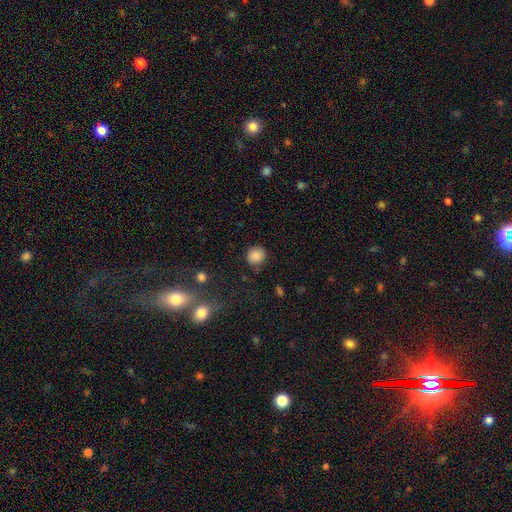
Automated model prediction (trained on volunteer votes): The model was most divided on "smooth or featured": smooth: 86%, star or artifact: 10%, featured or disk: 4%. More confident: how rounded — round (88%); merging — none (86%).